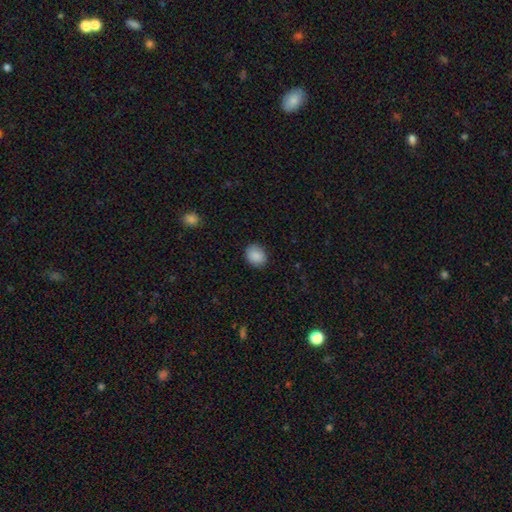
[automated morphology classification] This appears to be a smooth galaxy with no disk features (89%) that is round (52%). Merging: none (87%).